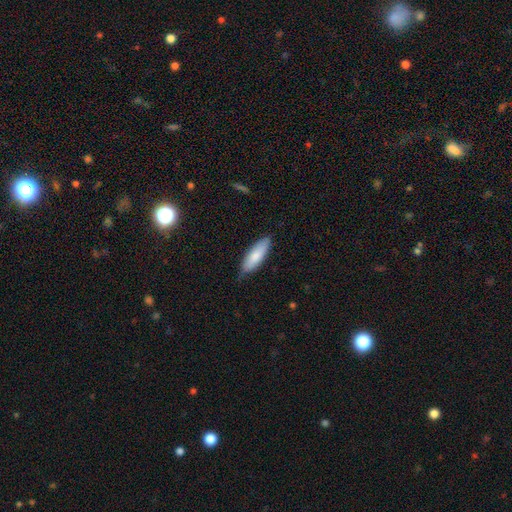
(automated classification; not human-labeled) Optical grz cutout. It shows a smooth galaxy with no disk features (81%) that is in between round and cigar-shaped (57%). Merging: none (73%).